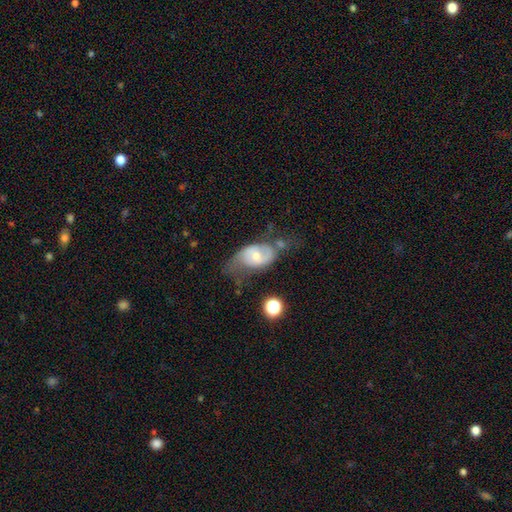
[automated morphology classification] Smooth or featured: featured or disk — 55% (smooth — 37%)
Edge-on disk: no — 94% (yes — 6%)
Bar: no — 57% (weak — 34%)
Spiral arms: yes — 72% (no — 28%)
Bulge size: moderate — 52% (small — 40%)
Merging: none — 32% (minor disturbance — 31%)